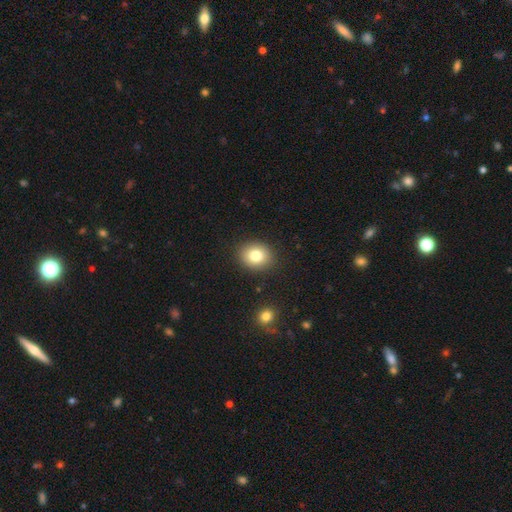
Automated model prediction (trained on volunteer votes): A smooth galaxy with no disk features (81%) that is round (61%). Merging: none (88%).